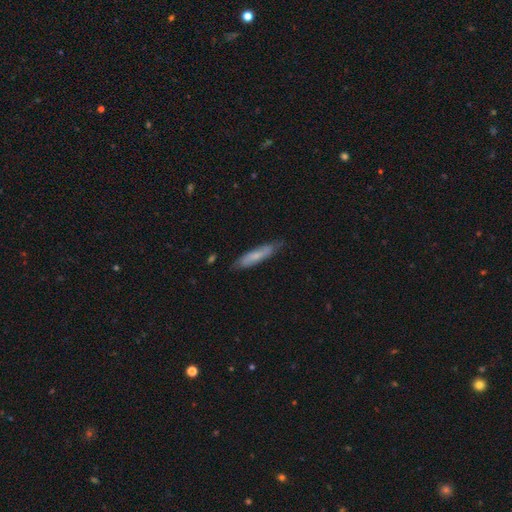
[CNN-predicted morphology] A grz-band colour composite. It shows a smooth galaxy with no disk features (63%) that is cigar-shaped (82%). Merging: none (75%).